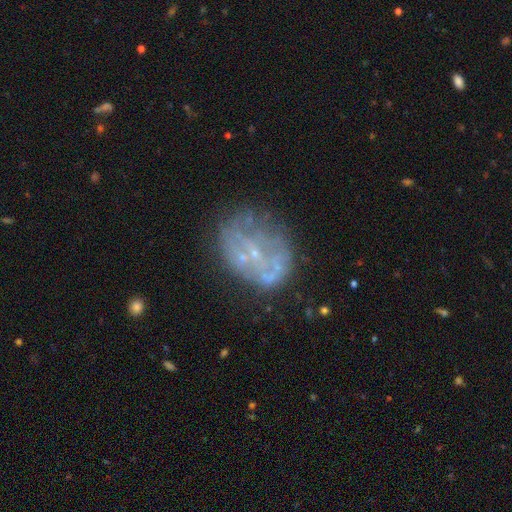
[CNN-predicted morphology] Smooth or featured? Predicted: featured or disk (p=0.64). Edge-on disk? Predicted: no (p=0.98). Bar? Predicted: no (p=0.80). Spiral arms? Predicted: no (p=0.79). Bulge size? Predicted: small (p=0.56). Merging? Predicted: none (p=0.53).